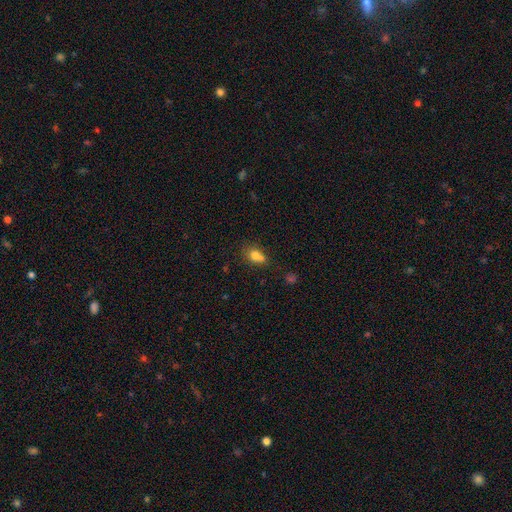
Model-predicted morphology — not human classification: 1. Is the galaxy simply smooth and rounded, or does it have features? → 75% smooth, 13% featured or disk, 12% star or artifact.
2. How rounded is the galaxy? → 53% in between, 44% round, 2% cigar-shaped.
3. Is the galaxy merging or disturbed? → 39% none, 37% merger, 18% minor disturbance, 7% major disturbance.